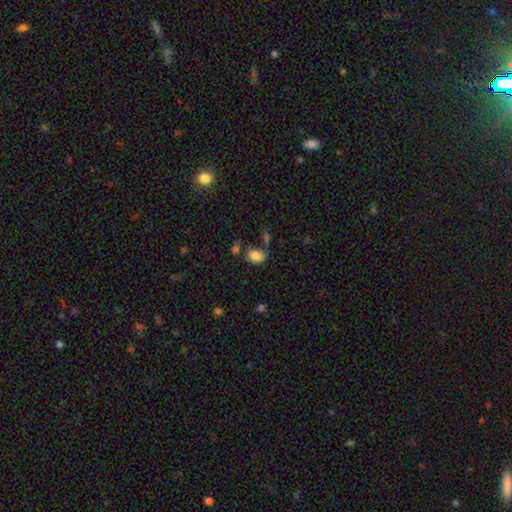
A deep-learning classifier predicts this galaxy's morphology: smooth 84%, star or artifact 9%, featured or disk 6%. Down the decision tree: how rounded — in between (81%); merging — none (65%).